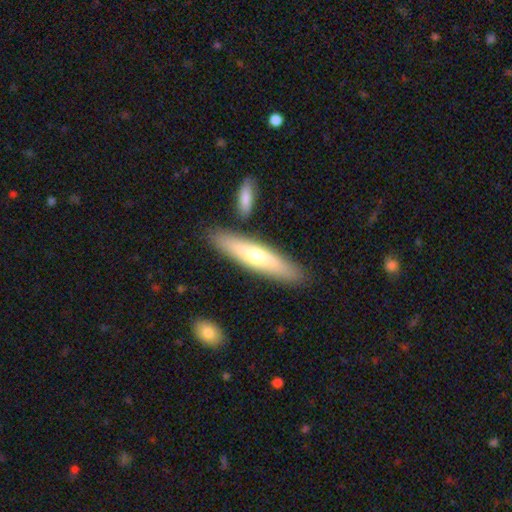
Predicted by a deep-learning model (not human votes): This appears to be a smooth galaxy with no disk features (48%). Merging: none (86%).